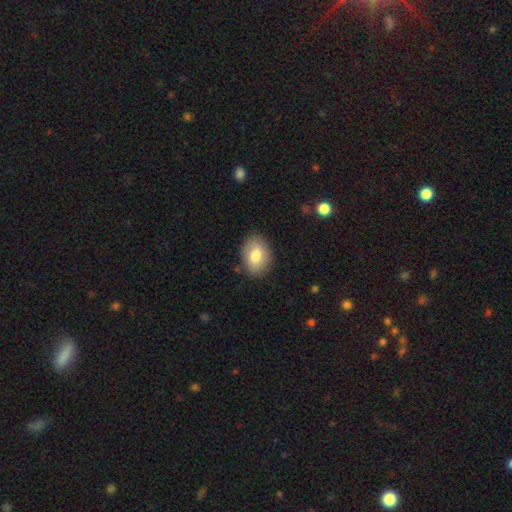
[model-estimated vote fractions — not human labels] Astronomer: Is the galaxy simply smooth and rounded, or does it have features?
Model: smooth — 80%.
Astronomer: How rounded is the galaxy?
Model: in between — 79%.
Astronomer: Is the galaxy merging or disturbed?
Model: none — 84%.